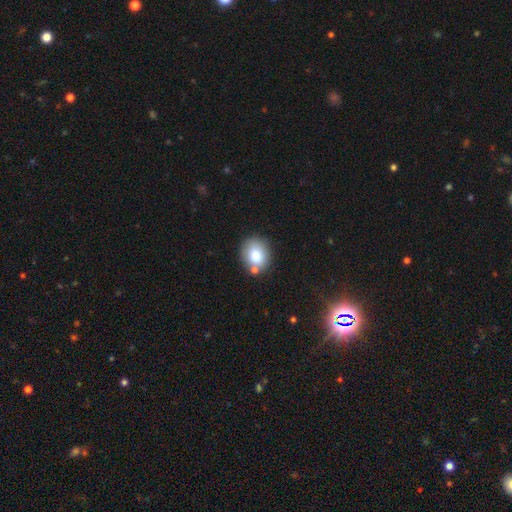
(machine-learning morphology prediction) Q: Smooth or featured?
A: smooth (79%); runner-up: featured or disk (12%)
Q: How rounded?
A: round (64%); runner-up: in between (35%)
Q: Merging?
A: none (73%); runner-up: minor disturbance (12%)